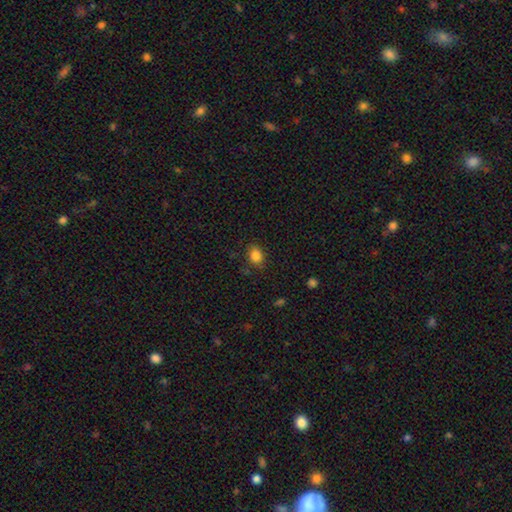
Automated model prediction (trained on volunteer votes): Morphology: type=smooth (84%); roundness=in between (54%); merging=none (80%).